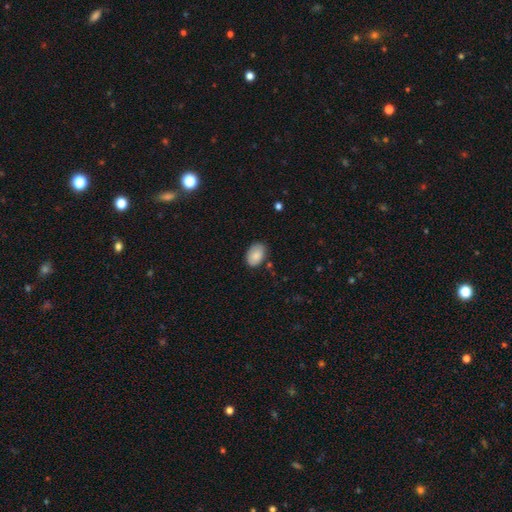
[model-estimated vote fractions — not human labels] Q: Smooth or featured?
A: smooth (86%); runner-up: featured or disk (7%)
Q: How rounded?
A: in between (85%); runner-up: round (14%)
Q: Merging?
A: none (79%); runner-up: minor disturbance (16%)